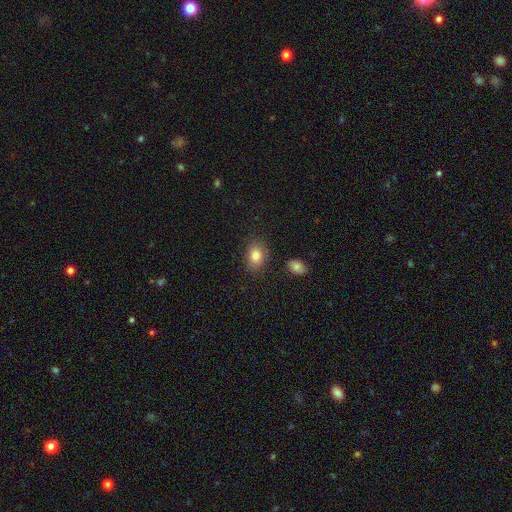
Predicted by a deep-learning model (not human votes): Morphology: type=smooth (82%); roundness=in between (70%); merging=none (84%).